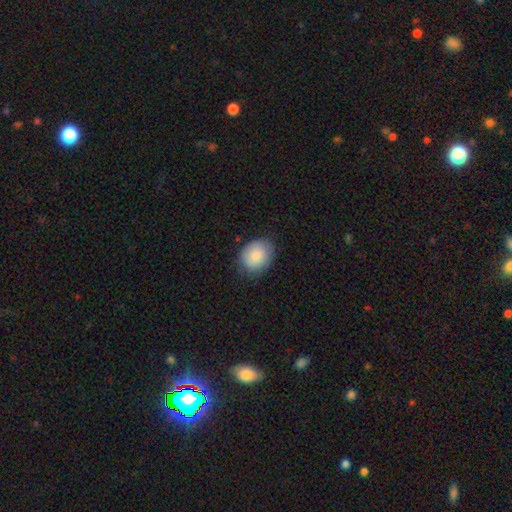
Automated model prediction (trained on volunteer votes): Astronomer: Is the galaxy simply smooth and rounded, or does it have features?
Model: smooth — 87%.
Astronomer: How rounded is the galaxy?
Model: in between — 60% (runner-up: round, 39%).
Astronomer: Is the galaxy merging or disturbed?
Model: none — 76%.